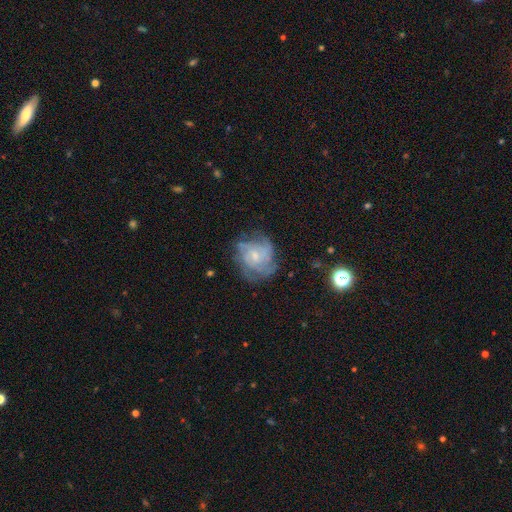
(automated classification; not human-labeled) A featured or disk galaxy (68%) with no bar (72%), tight (48%) spiral arms (81%) and a small central bulge (60%).

Vote fractions:
- Smooth or featured? featured or disk: 68% / smooth: 24% / star or artifact: 8%
- Edge-on disk? no: 98% / yes: 2%
- Bar? no: 72% / weak: 25% / strong: 3%
- Spiral arms? yes: 81% / no: 19%
- Spiral winding? tight: 48% / medium: 38% / loose: 14%
- Spiral arm count? can't tell: 44% / 3: 20% / 2: 14% / 4: 13% / 1: 5% / more than 4: 5%
- Bulge size? small: 60% / moderate: 32% / none: 6% / large: 2% / dominant: 1%
- Merging? none: 57% / minor disturbance: 25% / major disturbance: 17% / merger: 2%